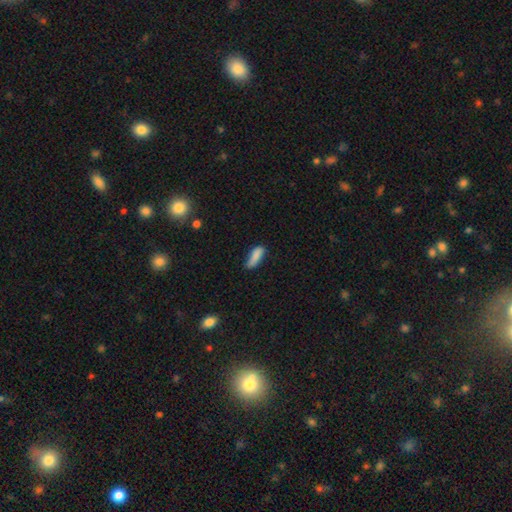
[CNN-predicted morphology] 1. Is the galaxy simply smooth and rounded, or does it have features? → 83% smooth, 9% featured or disk, 8% star or artifact.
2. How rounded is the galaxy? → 56% in between, 42% cigar-shaped, 2% round.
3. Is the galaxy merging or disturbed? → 56% none, 32% minor disturbance, 8% major disturbance, 3% merger.